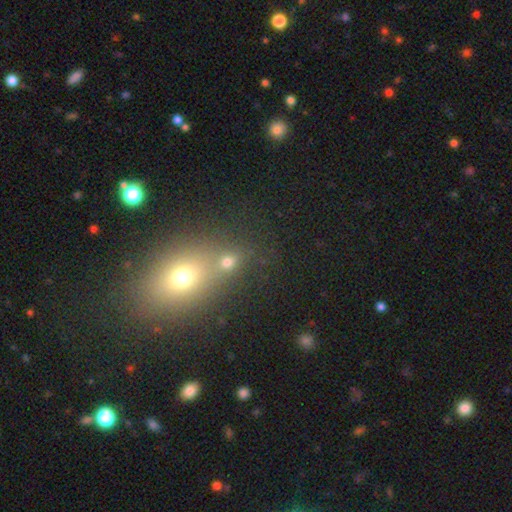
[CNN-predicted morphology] smooth_or_featured: smooth (p=0.55) [alt: star or artifact p=0.30]
how_rounded: round (p=0.48) [alt: in between p=0.47]
merging: none (p=0.59) [alt: merger p=0.27]